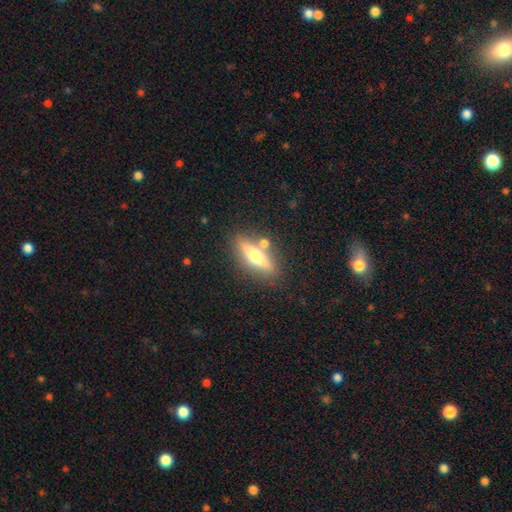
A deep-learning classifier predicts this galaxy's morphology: type=featured or disk (61%); edge-on=yes (92%); edge-on bulge=rounded (94%); merging=none (80%).